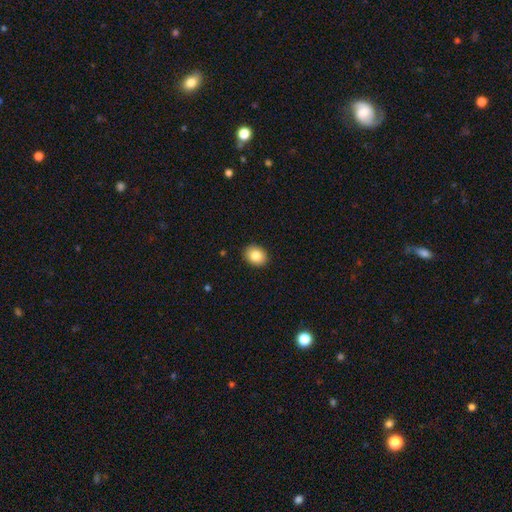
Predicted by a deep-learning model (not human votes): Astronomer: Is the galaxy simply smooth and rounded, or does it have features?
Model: smooth — 83%.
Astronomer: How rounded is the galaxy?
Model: round — 55% (runner-up: in between, 44%).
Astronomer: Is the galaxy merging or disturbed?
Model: none — 91%.